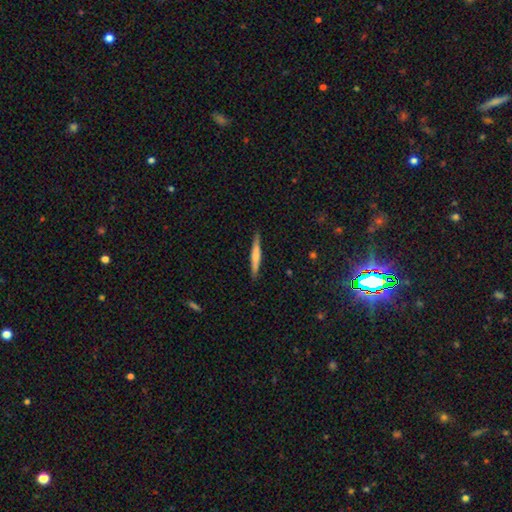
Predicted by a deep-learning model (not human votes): Morphology: type=smooth (60%); roundness=cigar-shaped (95%); merging=none (90%).